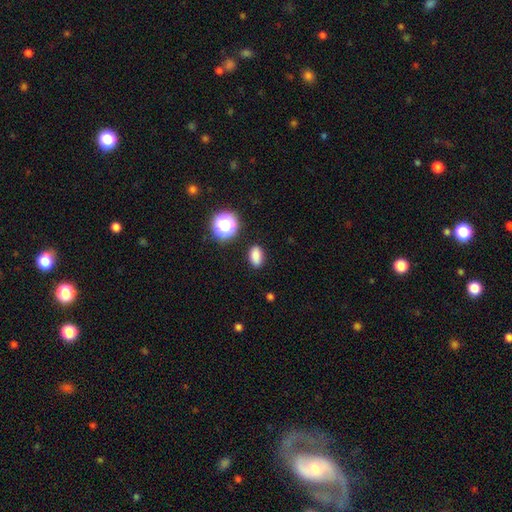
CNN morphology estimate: A smooth galaxy with no disk features (84%) that is in between round and cigar-shaped (86%). Merging: none (88%).